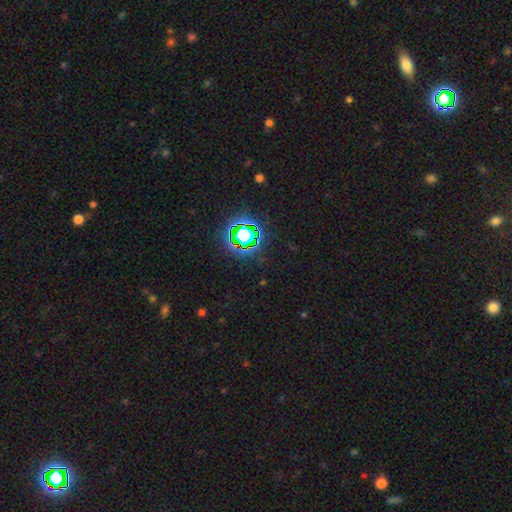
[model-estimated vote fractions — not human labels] Overall: star or artifact (78%).